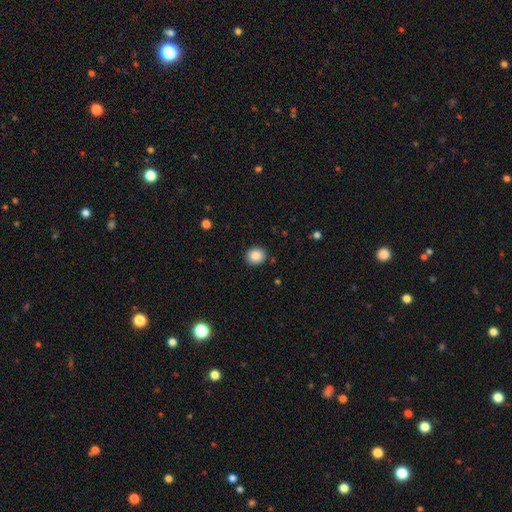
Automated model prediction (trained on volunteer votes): The model was most divided on "how rounded": round: 85%, in between: 14%, cigar-shaped: 1%. More confident: merging — none (90%); smooth or featured — smooth (87%).